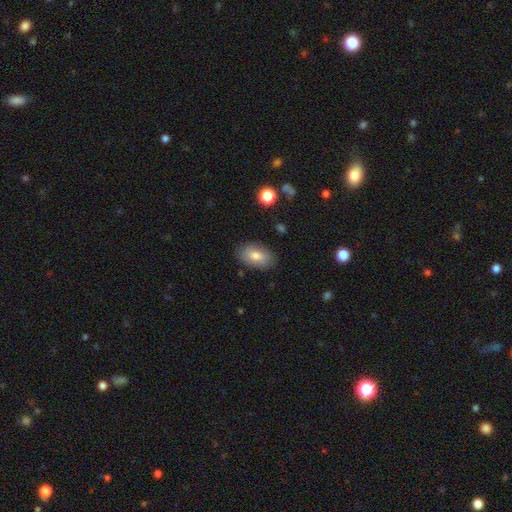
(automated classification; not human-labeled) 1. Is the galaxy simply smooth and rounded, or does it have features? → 78% smooth, 15% featured or disk, 7% star or artifact.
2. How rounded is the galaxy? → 91% in between, 7% round, 2% cigar-shaped.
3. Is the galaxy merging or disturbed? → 84% none, 11% minor disturbance, 3% major disturbance, 1% merger.